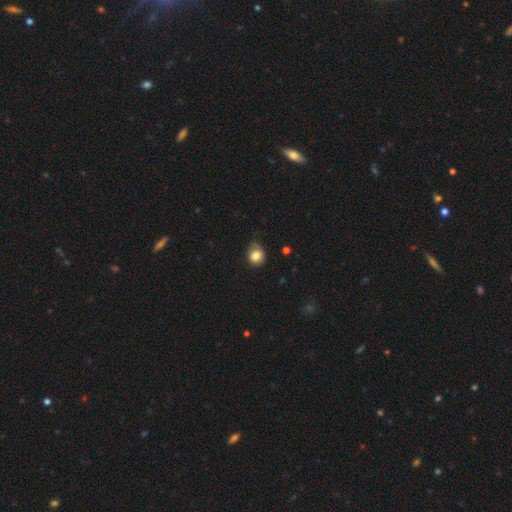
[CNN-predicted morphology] Overall: smooth (82%). How rounded: round (73%). Merging: none (57%; minor disturbance 33%).